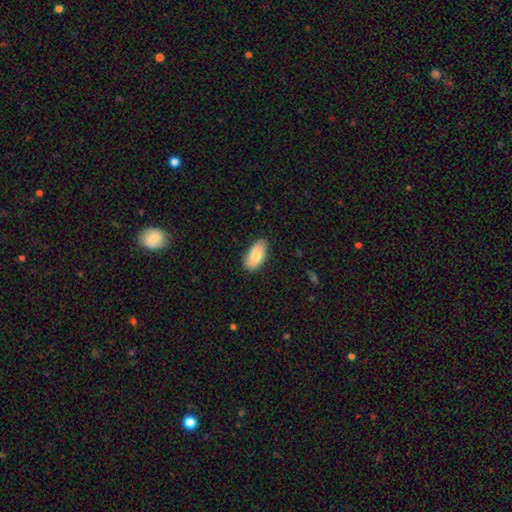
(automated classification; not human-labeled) Smooth or featured? smooth (76%)
How rounded? in between (94%)
Merging? none (78%)